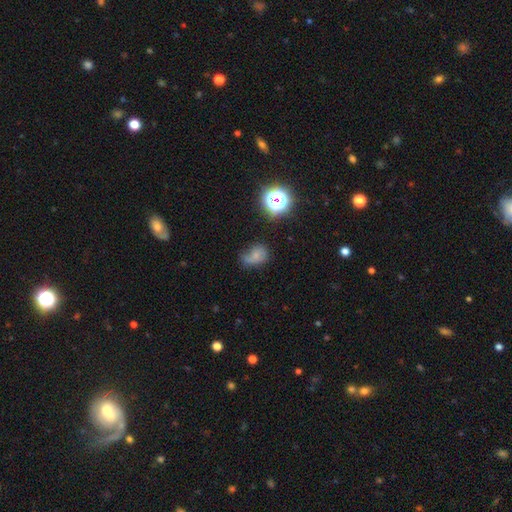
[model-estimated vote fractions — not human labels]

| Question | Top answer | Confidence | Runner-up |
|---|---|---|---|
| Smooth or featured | smooth | 56% | featured or disk (24%) |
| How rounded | in between | 62% | round (37%) |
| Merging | none | 38% | minor disturbance (32%) |